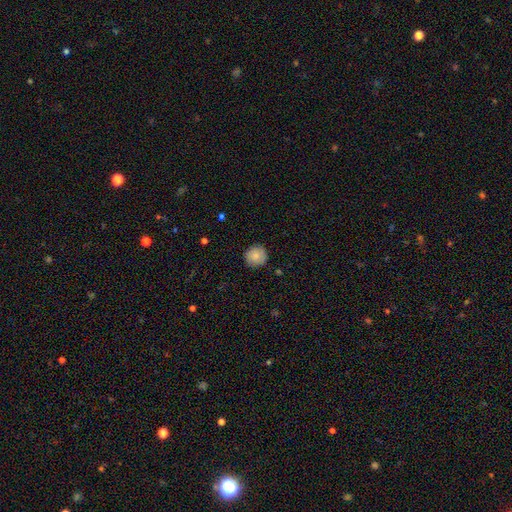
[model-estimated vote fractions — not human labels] smooth-or-featured: smooth: 81% | featured or disk: 11% | star or artifact: 7%
  how-rounded: round: 94% | in between: 5% | cigar-shaped: 1%
  merging: none: 86% | minor disturbance: 11% | major disturbance: 2% | merger: 1%